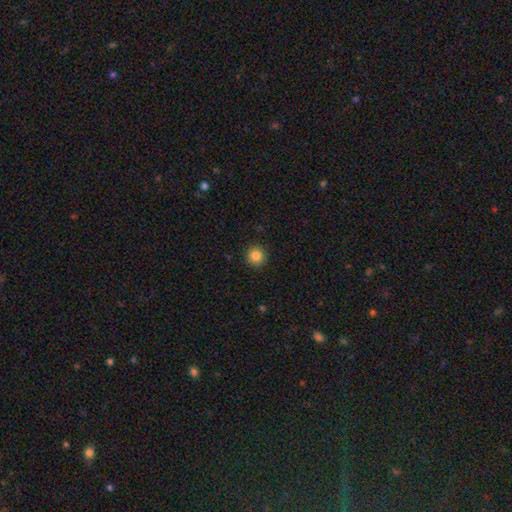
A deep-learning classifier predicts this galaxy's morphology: Q: Smooth or featured?
A: smooth (85%); runner-up: star or artifact (11%)
Q: How rounded?
A: round (94%); runner-up: in between (5%)
Q: Merging?
A: none (92%); runner-up: minor disturbance (5%)